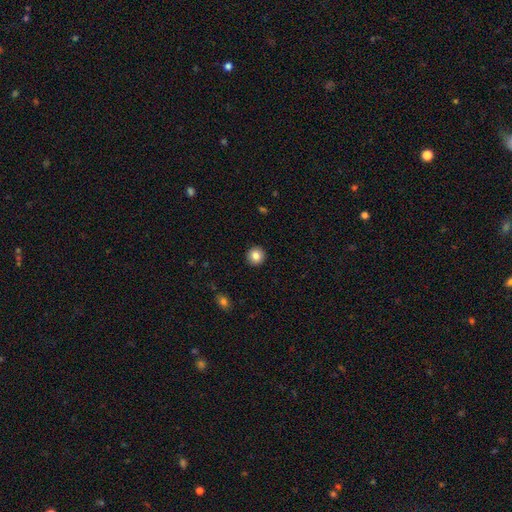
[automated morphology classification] A smooth galaxy with no disk features (85%) that is round (94%). Merging: none (93%).